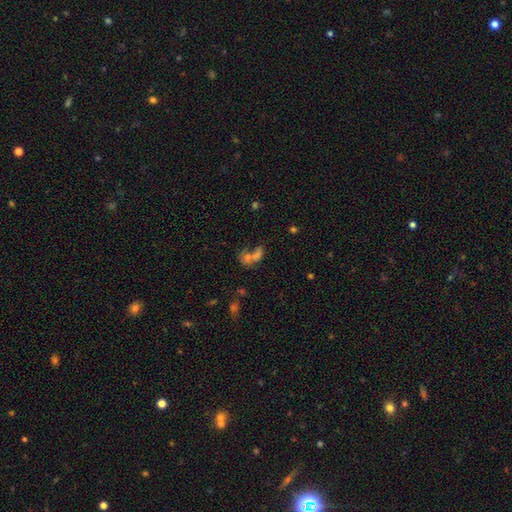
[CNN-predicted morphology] smooth-or-featured: smooth: 50% | star or artifact: 28% | featured or disk: 21%
  how-rounded: in between: 68% | round: 27% | cigar-shaped: 6%
  merging: merger: 53% | none: 28% | major disturbance: 10% | minor disturbance: 9%